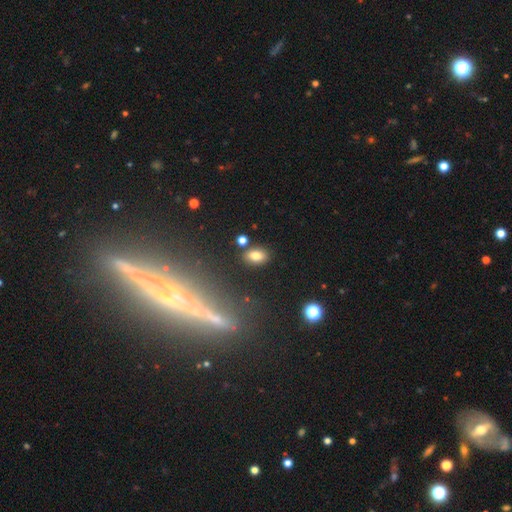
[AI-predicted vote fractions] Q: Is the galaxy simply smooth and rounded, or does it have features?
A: smooth — 78%.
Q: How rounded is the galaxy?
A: in between — 86%.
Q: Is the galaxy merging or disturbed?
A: none — 83%.